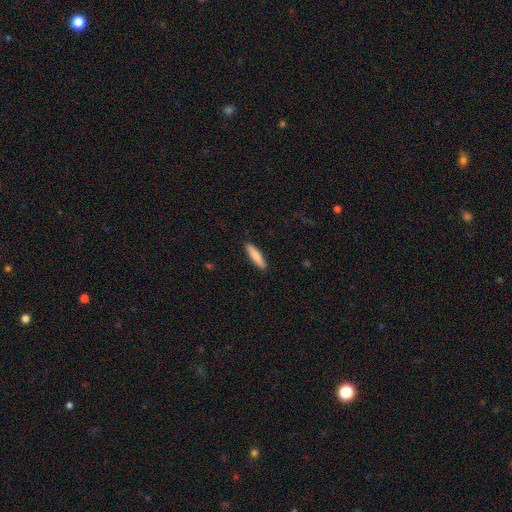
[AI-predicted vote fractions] A smooth galaxy with no disk features (83%) that is cigar-shaped (80%). Merging: none (90%).